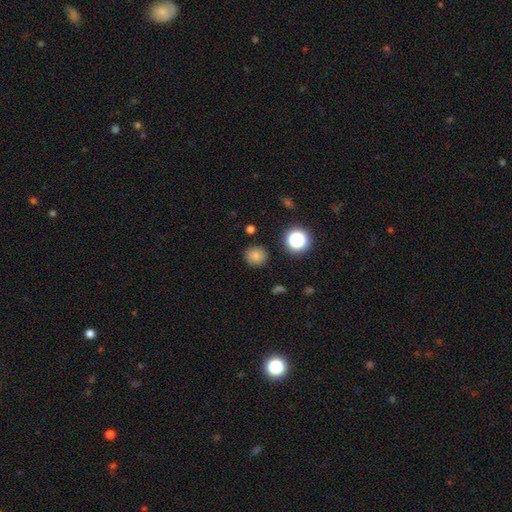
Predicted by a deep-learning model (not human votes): Smooth or featured? smooth (79%)
How rounded? round (91%)
Merging? none (87%)